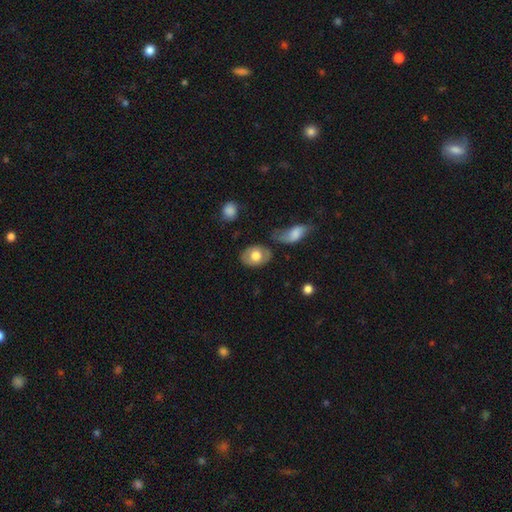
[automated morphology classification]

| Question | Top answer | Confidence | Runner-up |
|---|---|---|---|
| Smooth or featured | smooth | 64% | featured or disk (31%) |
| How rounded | in between | 78% | round (20%) |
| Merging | none | 70% | minor disturbance (17%) |